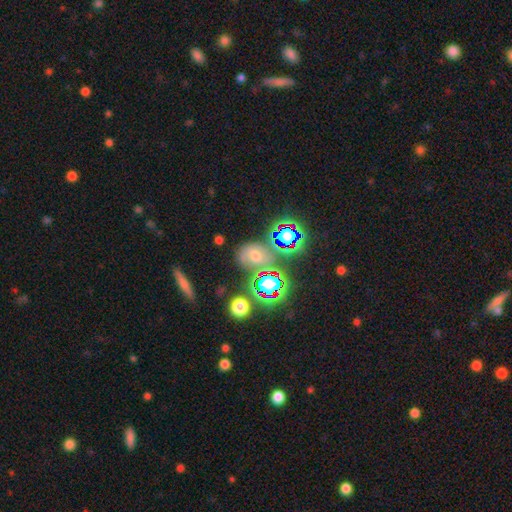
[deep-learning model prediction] This appears to be a smooth galaxy with no disk features (39%). Merging: none (61%).